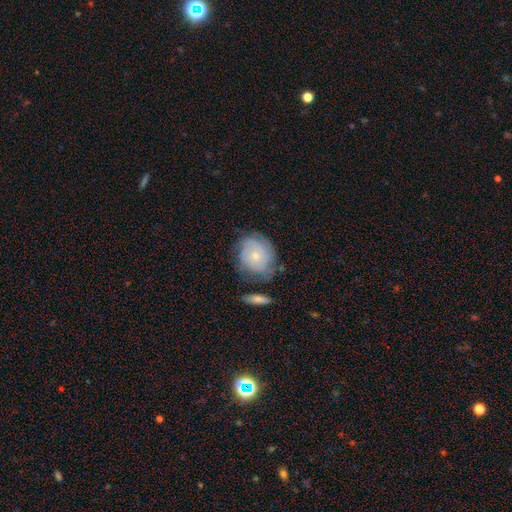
A featured or disk galaxy (51%) with no bar (89%), tight (62%) spiral arms (68%) and a small central bulge (63%).

Vote fractions:
- Smooth or featured? featured or disk: 51% / smooth: 43% / star or artifact: 5%
- Edge-on disk? no: 100% / yes: 0%
- Bar? no: 89% / strong: 5% / weak: 5%
- Spiral arms? yes: 68% / no: 32%
- Spiral winding? tight: 62% / medium: 31% / loose: 8%
- Spiral arm count? can't tell: 54% / 4: 31% / 2: 8% / more than 4: 8% / 1: 0% / 3: 0%
- Bulge size? small: 63% / moderate: 37% / dominant: 0% / large: 0% / none: 0%
- Merging? none: 60% / minor disturbance: 29% / major disturbance: 9% / merger: 3%